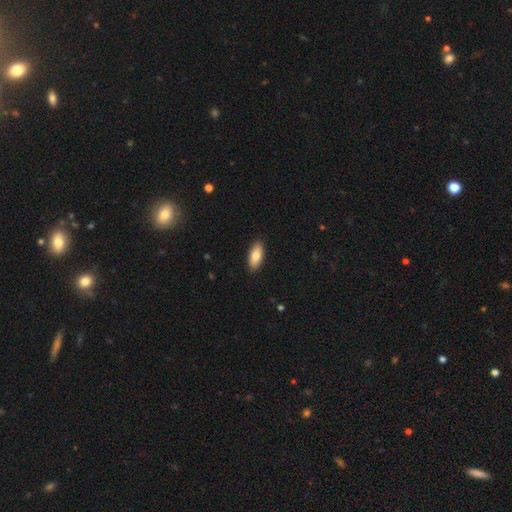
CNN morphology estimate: The model was most divided on "how rounded": in between: 82%, cigar-shaped: 16%, round: 2%. More confident: merging — none (90%); smooth or featured — smooth (81%).